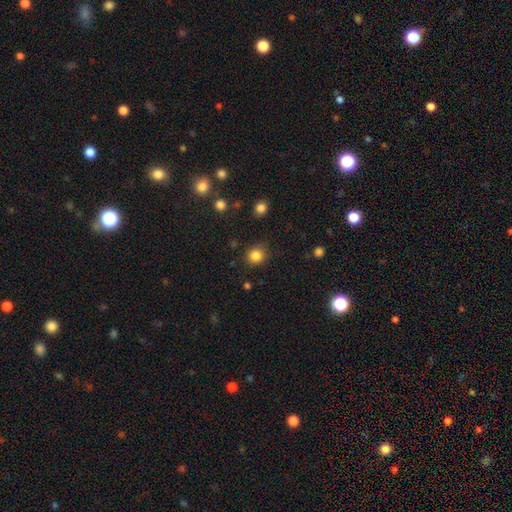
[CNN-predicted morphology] smooth 84%, star or artifact 12%, featured or disk 4%. Down the decision tree: how rounded — round (82%); merging — none (85%).